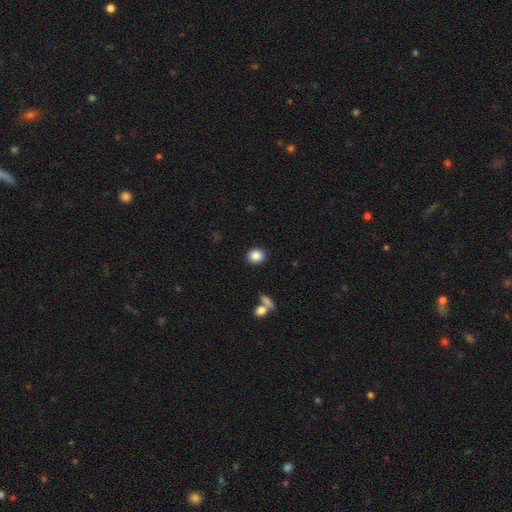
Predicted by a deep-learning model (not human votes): Smooth or featured? Predicted: smooth (p=0.87). How rounded? Predicted: round (p=0.60). Merging? Predicted: none (p=0.88).